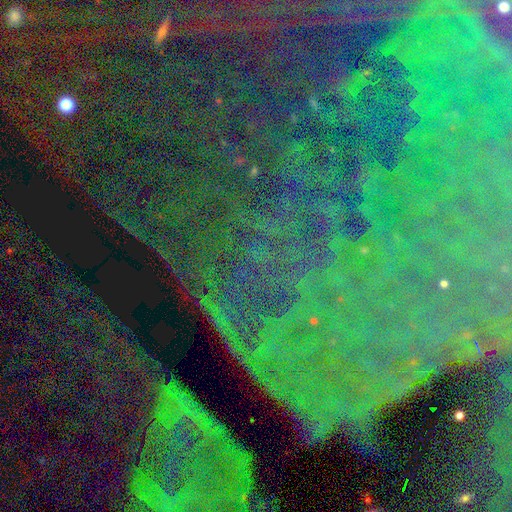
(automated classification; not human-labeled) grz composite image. It shows a star or artifact, not a galaxy (82%).